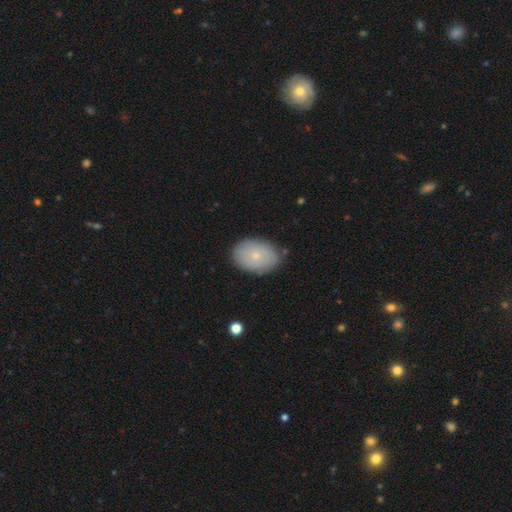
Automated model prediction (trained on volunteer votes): Q: Smooth or featured?
A: smooth (74%); runner-up: featured or disk (19%)
Q: How rounded?
A: in between (83%); runner-up: round (16%)
Q: Merging?
A: none (84%); runner-up: minor disturbance (12%)